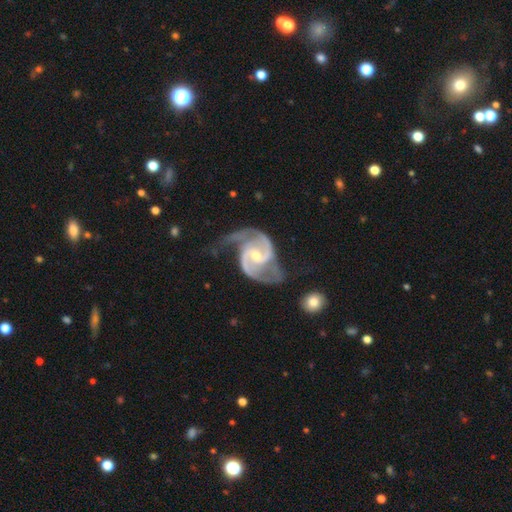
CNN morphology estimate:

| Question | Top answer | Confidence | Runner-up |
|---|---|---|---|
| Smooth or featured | featured or disk | 94% | star or artifact (4%) |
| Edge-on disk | no | 98% | yes (2%) |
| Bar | weak | 49% | no (32%) |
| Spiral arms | yes | 98% | no (2%) |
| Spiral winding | medium | 59% | loose (22%) |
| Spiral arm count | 2 | 90% | 3 (4%) |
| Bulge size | moderate | 49% | small (47%) |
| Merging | none | 51% | minor disturbance (25%) |